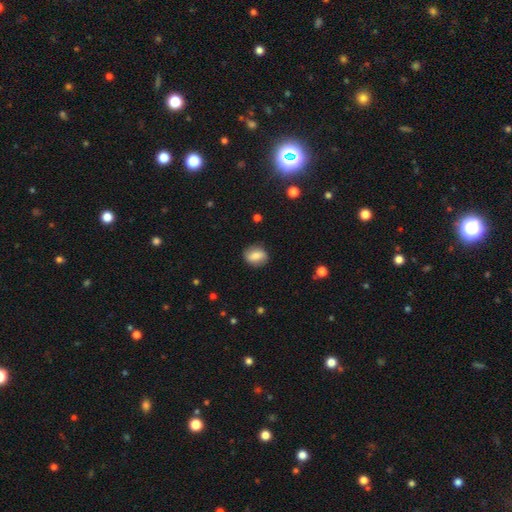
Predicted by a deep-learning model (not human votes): Smooth or featured?
  - smooth: 75% *
  - featured or disk: 17%
  - star or artifact: 8%
How rounded?
  - in between: 51% *
  - round: 47%
  - cigar-shaped: 2%
Merging?
  - none: 84% *
  - minor disturbance: 12%
  - major disturbance: 3%
  - merger: 1%